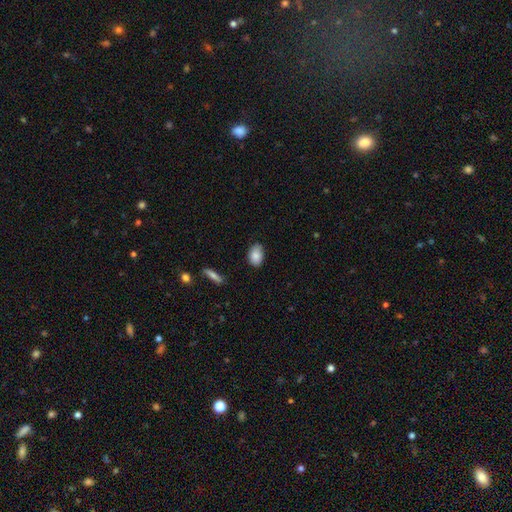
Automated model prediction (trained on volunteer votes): Smooth or featured: smooth — 86% (star or artifact — 7%)
How rounded: in between — 88% (round — 11%)
Merging: none — 76% (minor disturbance — 20%)